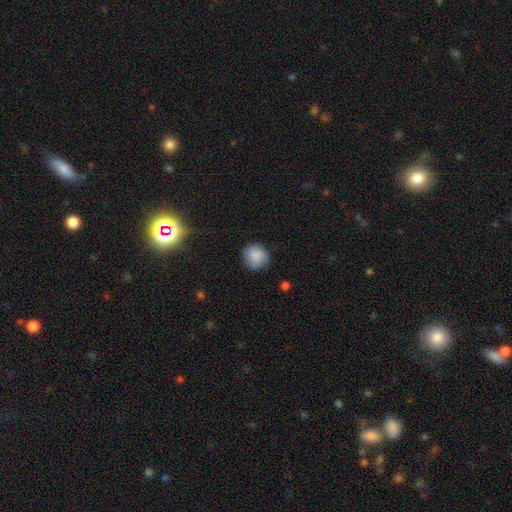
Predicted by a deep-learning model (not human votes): Q: Smooth or featured?
A: smooth (82%); runner-up: featured or disk (10%)
Q: How rounded?
A: round (85%); runner-up: in between (14%)
Q: Merging?
A: none (76%); runner-up: minor disturbance (18%)